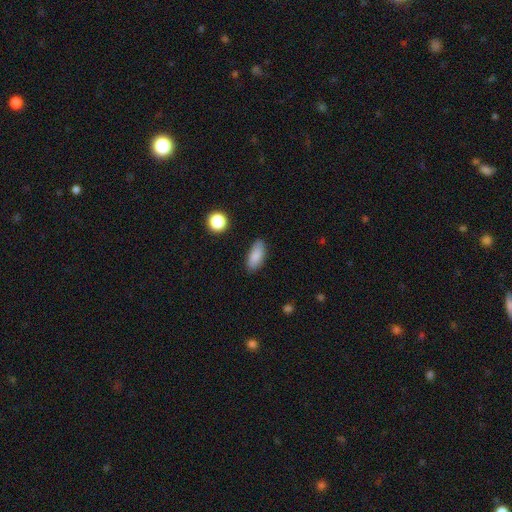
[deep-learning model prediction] Smooth or featured? smooth (86%)
How rounded? in between (84%)
Merging? none (82%)